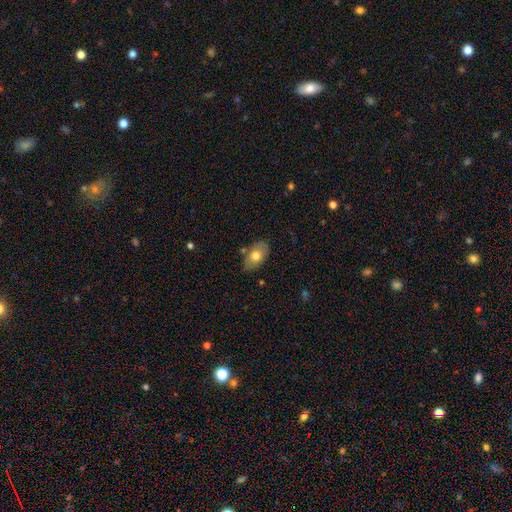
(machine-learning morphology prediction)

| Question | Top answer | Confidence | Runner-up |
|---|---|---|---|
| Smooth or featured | smooth | 69% | featured or disk (24%) |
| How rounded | in between | 90% | round (9%) |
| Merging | none | 77% | minor disturbance (16%) |